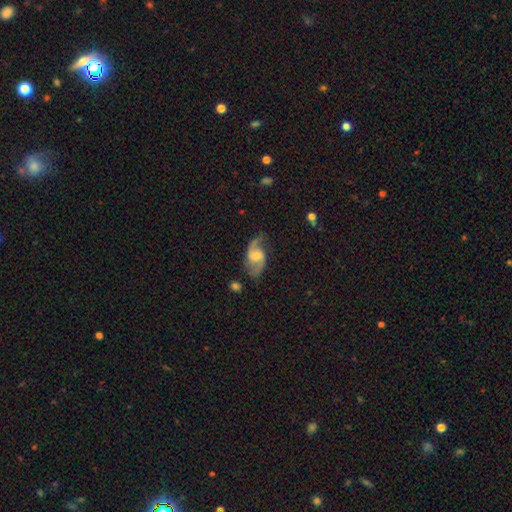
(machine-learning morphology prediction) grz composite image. It shows a featured or disk galaxy (86%) with a weak bar (54%), 2 (92%) loose (45%, tied with medium) spiral arms (96%) and a small central bulge (41%). Merging: none (73%).